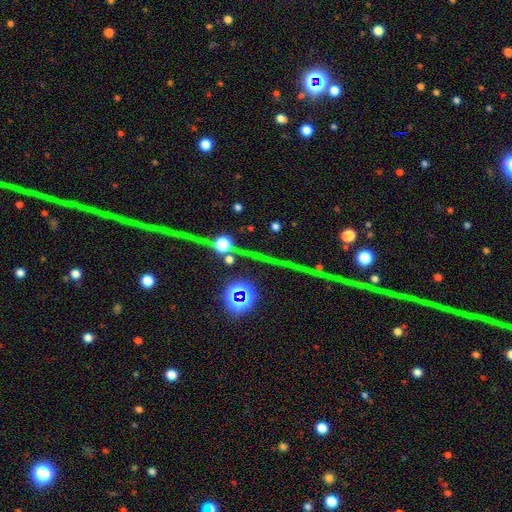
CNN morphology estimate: star or artifact 78%, featured or disk 12%, smooth 9%.